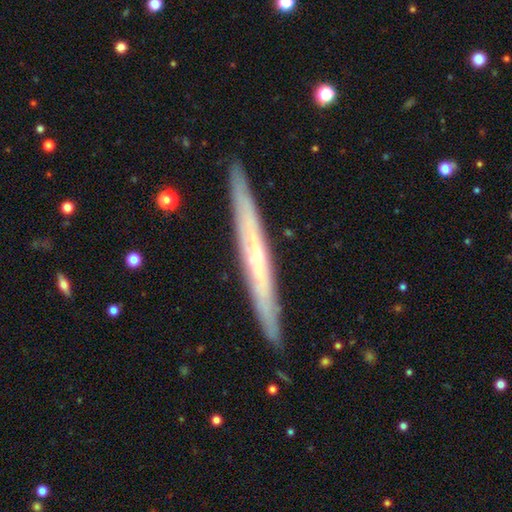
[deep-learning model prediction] This is likely a featured or disk galaxy (61%). It is clearly viewed edge-on (92%). Edge-on bulge: likely none (73%). Merging: clearly none (90%).